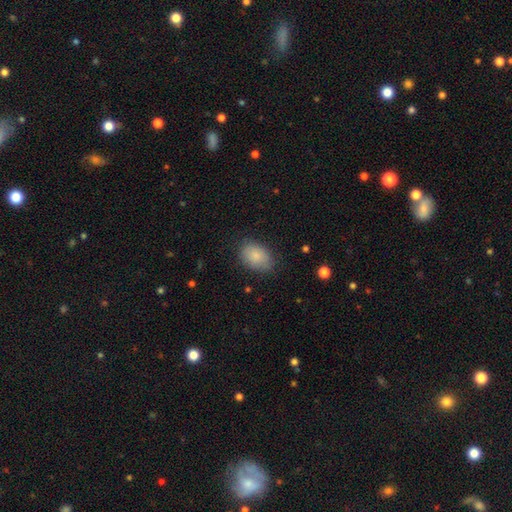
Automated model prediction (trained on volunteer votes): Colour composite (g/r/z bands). It shows a smooth galaxy with no disk features (85%) that is in between round and cigar-shaped (82%). Merging: none (77%).